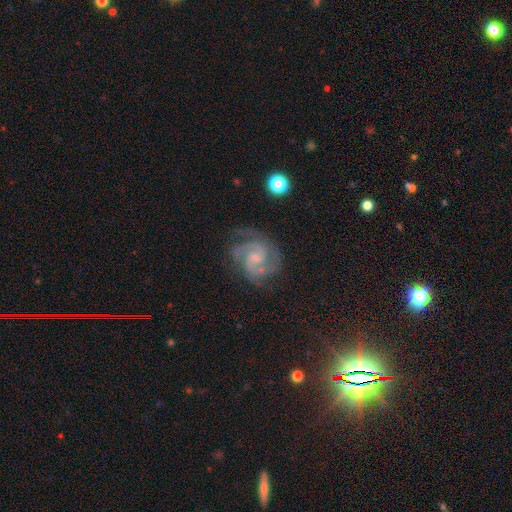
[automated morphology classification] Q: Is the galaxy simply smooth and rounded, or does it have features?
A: featured or disk — 91%.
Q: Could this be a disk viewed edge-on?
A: no — 98%.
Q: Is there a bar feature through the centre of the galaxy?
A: no — 46%.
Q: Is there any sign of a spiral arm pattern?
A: yes — 98%.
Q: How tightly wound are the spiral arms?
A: medium — 49%.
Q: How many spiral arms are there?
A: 2 — 66%.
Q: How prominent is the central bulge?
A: small — 66%.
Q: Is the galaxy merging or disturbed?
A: none — 72%.